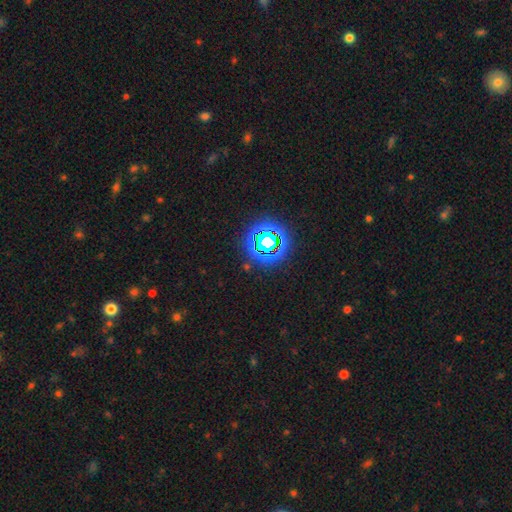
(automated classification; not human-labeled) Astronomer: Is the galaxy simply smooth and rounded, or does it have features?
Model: star or artifact — 81%.